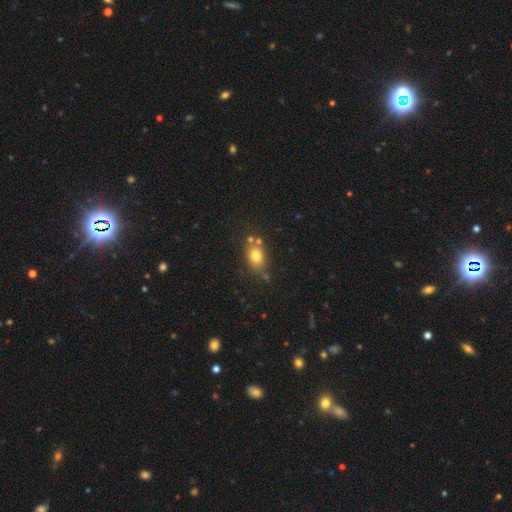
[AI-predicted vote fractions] This appears to be a smooth galaxy with no disk features (77%) that is in between round and cigar-shaped (63%). Merging: none (66%).